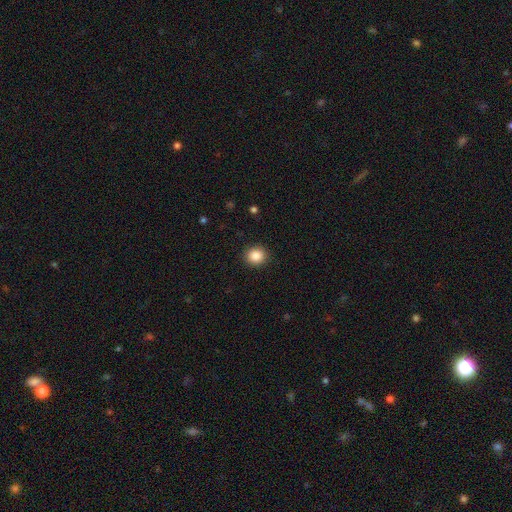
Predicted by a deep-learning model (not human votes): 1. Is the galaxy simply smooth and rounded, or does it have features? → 86% smooth, 10% star or artifact, 4% featured or disk.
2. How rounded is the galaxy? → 86% round, 13% in between, 1% cigar-shaped.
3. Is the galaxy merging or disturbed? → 91% none, 6% minor disturbance, 2% major disturbance, 1% merger.